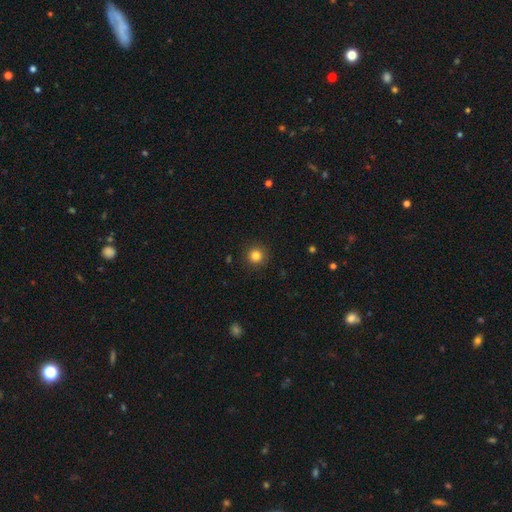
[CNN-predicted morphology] This appears to be a smooth galaxy with no disk features (83%) that is round (95%). Merging: none (91%).